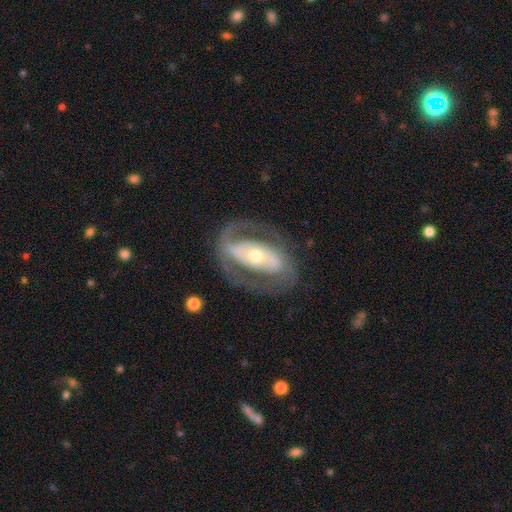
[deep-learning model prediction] This appears to be a featured or disk galaxy (82%) with a strong bar (45%), 2 (82%) medium (44%) spiral arms (76%) and a small central bulge (47%). Merging: none (73%).